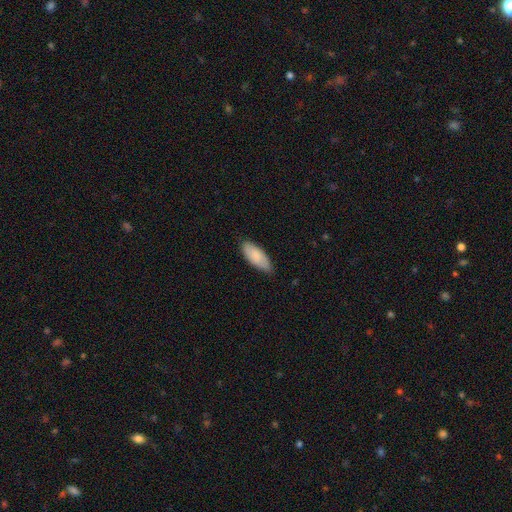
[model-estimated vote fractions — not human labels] Smooth or featured? Predicted: smooth (p=0.84). How rounded? Predicted: in between (p=0.82). Merging? Predicted: none (p=0.79).